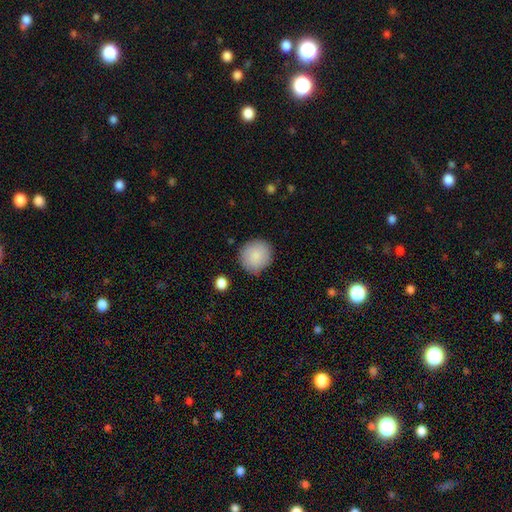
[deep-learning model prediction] Smooth or featured: smooth — 88% (star or artifact — 7%)
How rounded: round — 91% (in between — 8%)
Merging: none — 84% (minor disturbance — 11%)